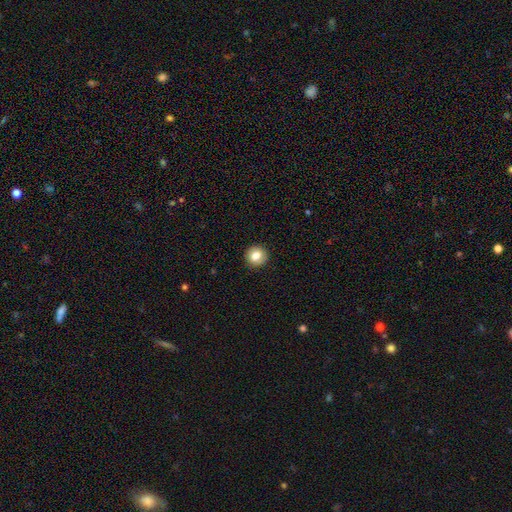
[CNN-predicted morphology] Overall: smooth (81%). How rounded: round (94%). Merging: none (92%).